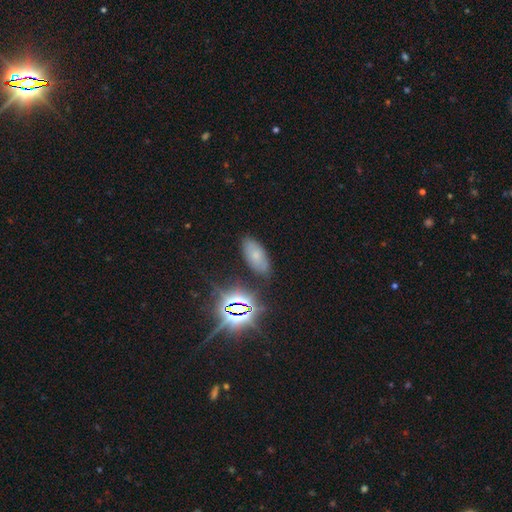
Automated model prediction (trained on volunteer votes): Smooth or featured? smooth (53%)
How rounded? in between (91%)
Merging? none (81%)